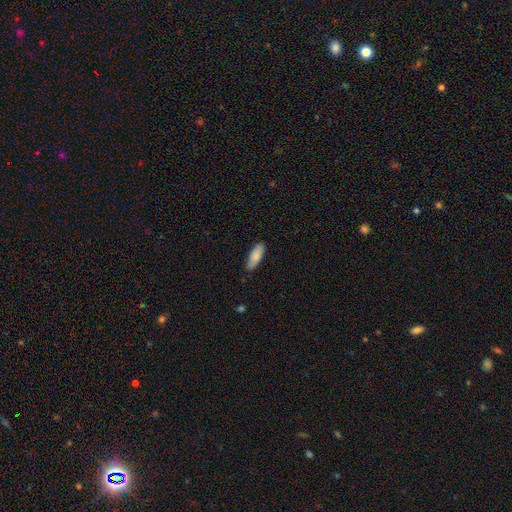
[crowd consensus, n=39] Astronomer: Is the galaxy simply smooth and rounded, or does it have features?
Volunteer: smooth — 87%.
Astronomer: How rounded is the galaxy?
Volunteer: cigar-shaped — 53% (runner-up: in between, 47%).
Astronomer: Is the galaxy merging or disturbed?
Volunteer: none — 86%.